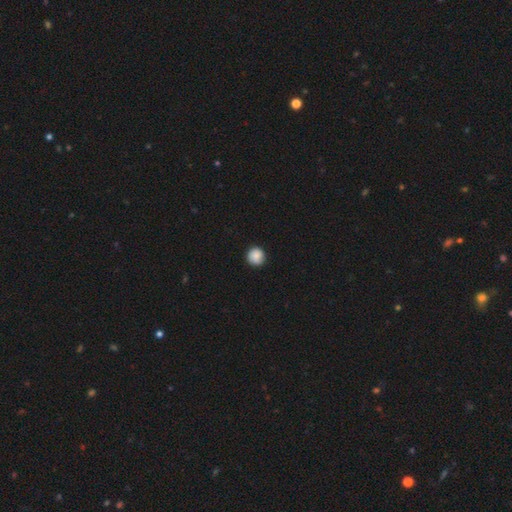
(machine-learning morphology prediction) Smooth or featured?
  - smooth: 83% *
  - featured or disk: 9%
  - star or artifact: 8%
How rounded?
  - round: 94% *
  - in between: 5%
  - cigar-shaped: 1%
Merging?
  - none: 84% *
  - minor disturbance: 12%
  - major disturbance: 2%
  - merger: 1%